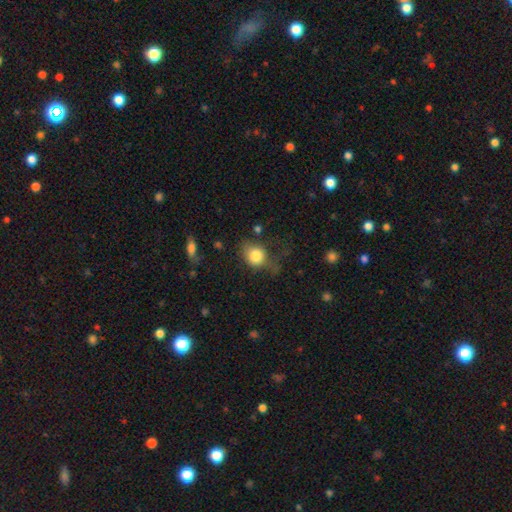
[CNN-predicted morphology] A smooth galaxy with no disk features (81%) that is round (62%). Merging: none (43%).